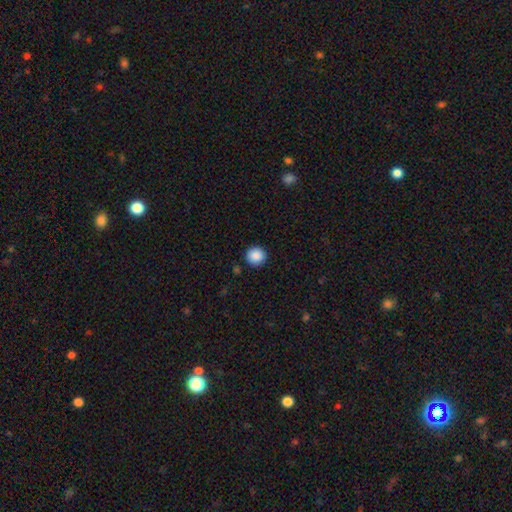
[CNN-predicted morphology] Smooth or featured: smooth — 89% (star or artifact — 9%)
How rounded: round — 93% (in between — 6%)
Merging: none — 91% (minor disturbance — 6%)